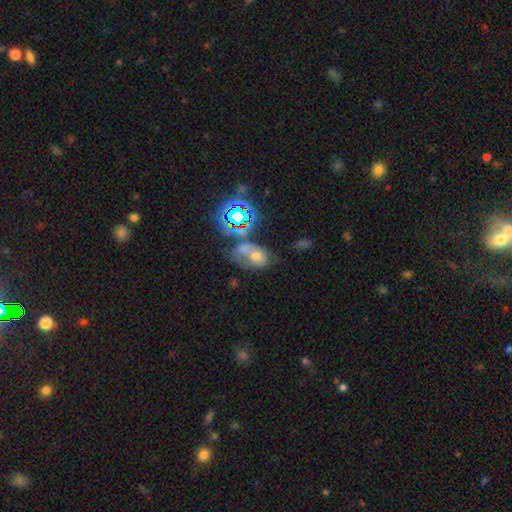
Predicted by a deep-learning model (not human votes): Morphology: type=smooth (44%); merging=merger (40%).